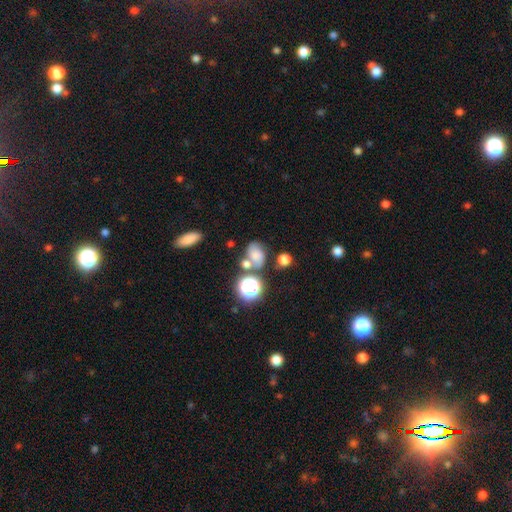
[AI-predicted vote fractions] Smooth or featured? smooth (62%)
How rounded? in between (63%)
Merging? none (46%)